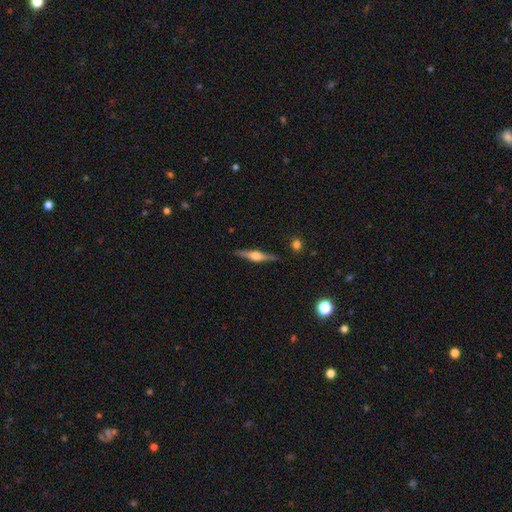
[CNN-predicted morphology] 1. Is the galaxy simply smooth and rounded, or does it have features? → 70% featured or disk, 24% smooth, 6% star or artifact.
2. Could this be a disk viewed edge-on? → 97% yes, 3% no.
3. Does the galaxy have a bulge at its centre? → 93% rounded, 5% boxy, 2% none.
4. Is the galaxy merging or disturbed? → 88% none, 8% minor disturbance, 2% merger, 2% major disturbance.